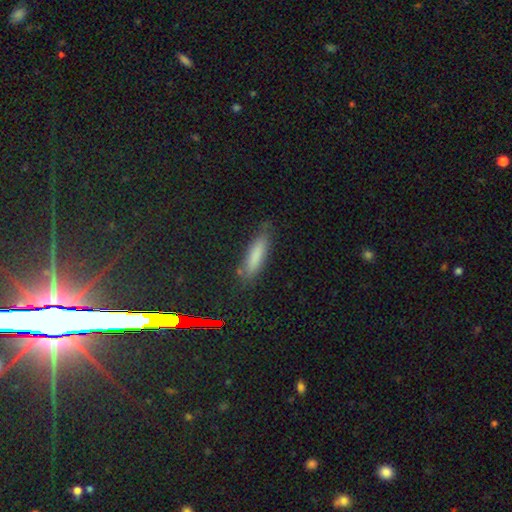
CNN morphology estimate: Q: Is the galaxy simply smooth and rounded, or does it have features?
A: smooth — 76%.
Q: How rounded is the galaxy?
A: cigar-shaped — 70%.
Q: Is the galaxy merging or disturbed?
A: none — 77%.